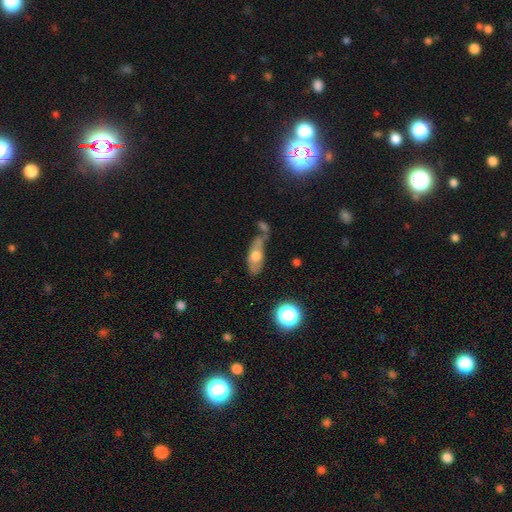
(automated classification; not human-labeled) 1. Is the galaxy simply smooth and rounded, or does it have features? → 56% smooth, 34% featured or disk, 10% star or artifact.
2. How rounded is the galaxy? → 72% in between, 20% cigar-shaped, 8% round.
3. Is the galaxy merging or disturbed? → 39% none, 26% merger, 22% minor disturbance, 13% major disturbance.